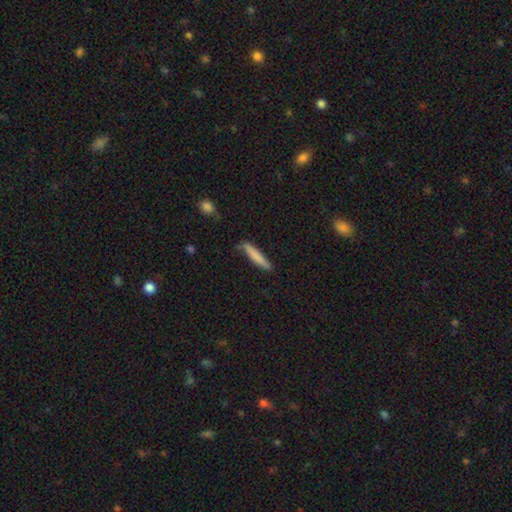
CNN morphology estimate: This appears to be a smooth galaxy with no disk features (77%) that is cigar-shaped (92%). Merging: none (78%).